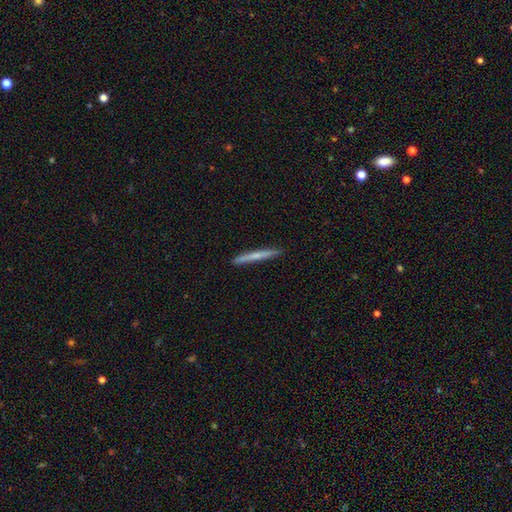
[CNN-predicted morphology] Q: Smooth or featured?
A: smooth (55%); runner-up: featured or disk (39%)
Q: How rounded?
A: cigar-shaped (96%); runner-up: in between (2%)
Q: Merging?
A: none (91%); runner-up: minor disturbance (6%)